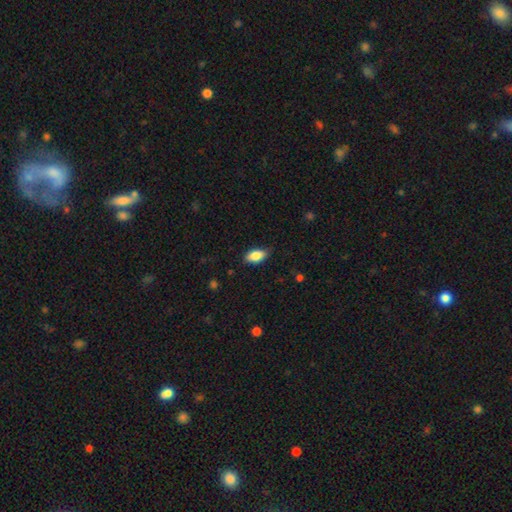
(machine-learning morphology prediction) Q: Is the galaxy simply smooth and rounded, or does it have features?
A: smooth — 83%.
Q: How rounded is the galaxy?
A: in between — 90%.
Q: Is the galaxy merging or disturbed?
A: none — 79%.